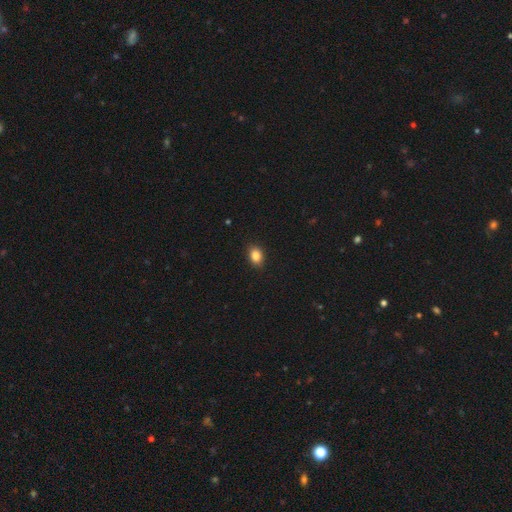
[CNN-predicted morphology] A smooth galaxy with no disk features (86%) that is in between round and cigar-shaped (72%).

Vote fractions:
- Smooth or featured? smooth: 86% / star or artifact: 9% / featured or disk: 5%
- How rounded? in between: 72% / round: 26% / cigar-shaped: 1%
- Merging? none: 88% / minor disturbance: 9% / major disturbance: 2% / merger: 1%